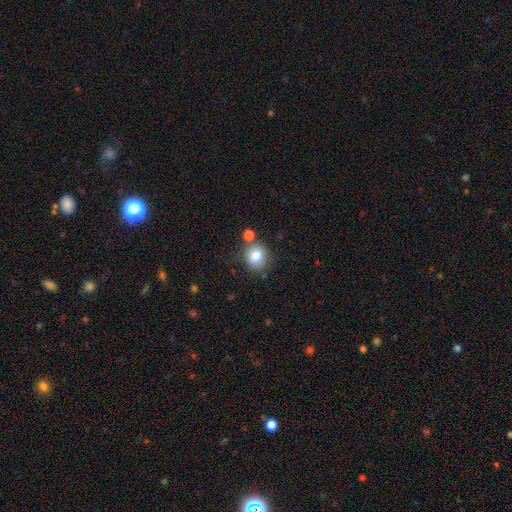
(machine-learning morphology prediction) A smooth galaxy with no disk features (81%) that is round (82%).

Vote fractions:
- Smooth or featured? smooth: 81% / star or artifact: 10% / featured or disk: 9%
- How rounded? round: 82% / in between: 17% / cigar-shaped: 1%
- Merging? none: 70% / minor disturbance: 14% / merger: 12% / major disturbance: 4%